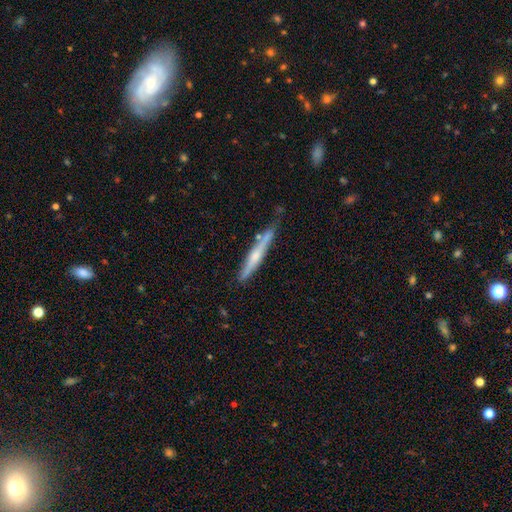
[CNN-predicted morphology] This appears to be a featured or disk galaxy (59%) viewed edge-on (95%) with a rounded central bulge (71%). Merging: none (76%).